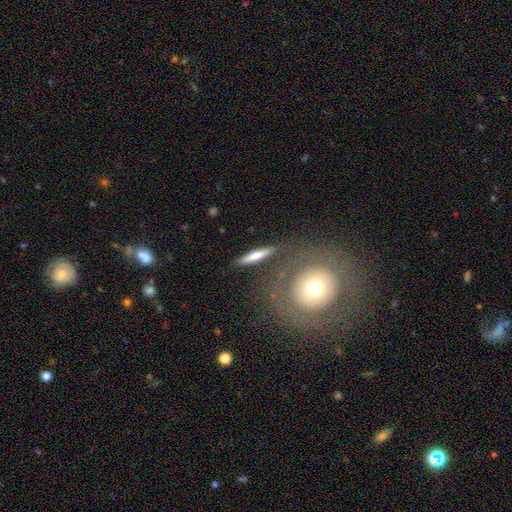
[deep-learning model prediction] smooth 60%, featured or disk 34%, star or artifact 6%. Down the decision tree: how rounded — cigar-shaped (82%); merging — none (79%).